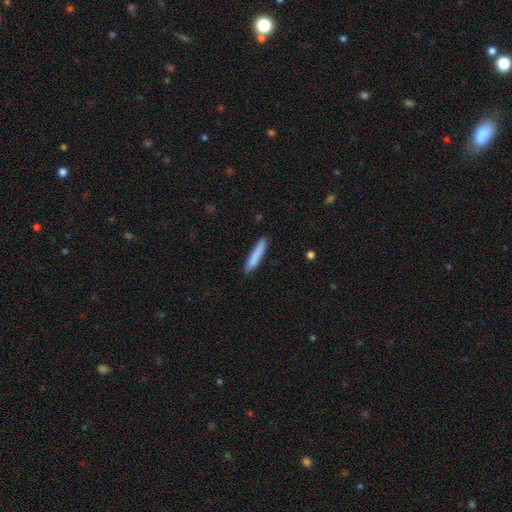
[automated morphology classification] A smooth galaxy with no disk features (82%) that is cigar-shaped (92%). Merging: none (87%).